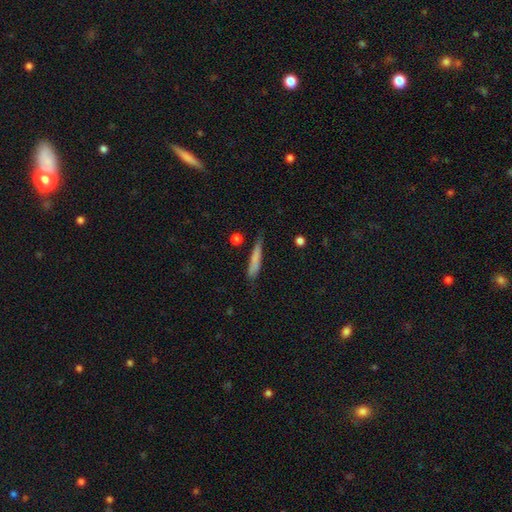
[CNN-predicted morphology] Q: Smooth or featured?
A: smooth (73%); runner-up: featured or disk (20%)
Q: How rounded?
A: cigar-shaped (91%); runner-up: in between (7%)
Q: Merging?
A: none (69%); runner-up: minor disturbance (23%)